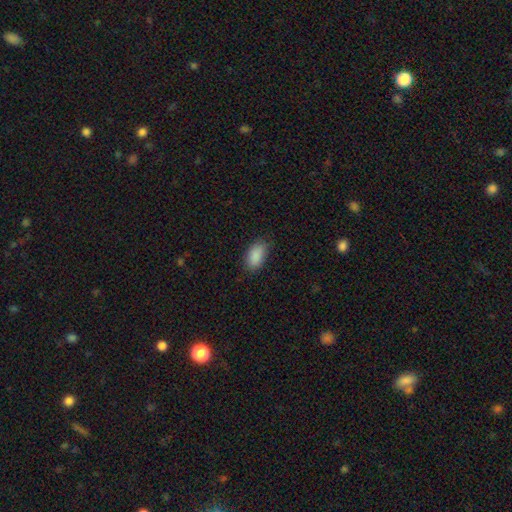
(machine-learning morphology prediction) smooth-or-featured: smooth: 89% | star or artifact: 7% | featured or disk: 4%
  how-rounded: in between: 93% | round: 5% | cigar-shaped: 2%
  merging: none: 78% | minor disturbance: 17% | major disturbance: 4% | merger: 1%